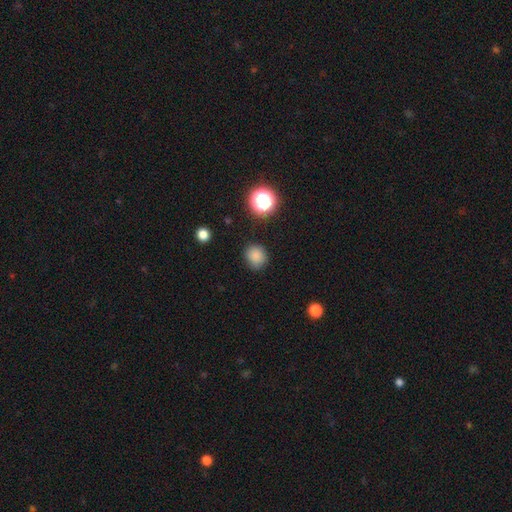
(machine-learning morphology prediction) Q: Smooth or featured?
A: smooth (82%); runner-up: star or artifact (14%)
Q: How rounded?
A: round (84%); runner-up: in between (15%)
Q: Merging?
A: none (84%); runner-up: minor disturbance (11%)